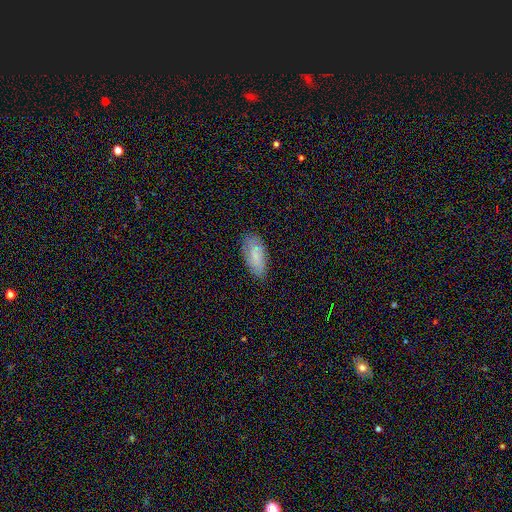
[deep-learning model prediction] Morphology: type=smooth (64%); roundness=in between (89%); merging=none (80%).